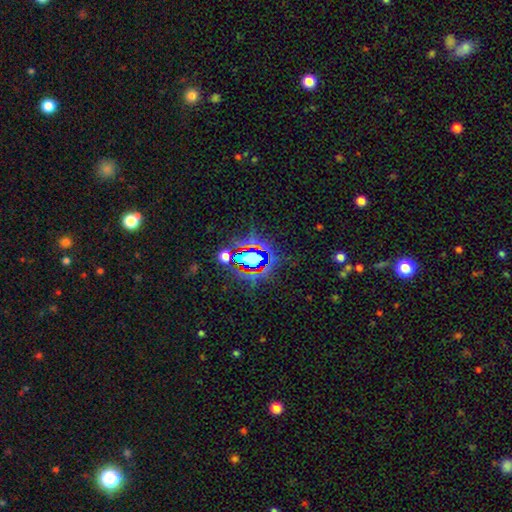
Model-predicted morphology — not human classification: smooth-or-featured: star or artifact: 68% | smooth: 20% | featured or disk: 12%